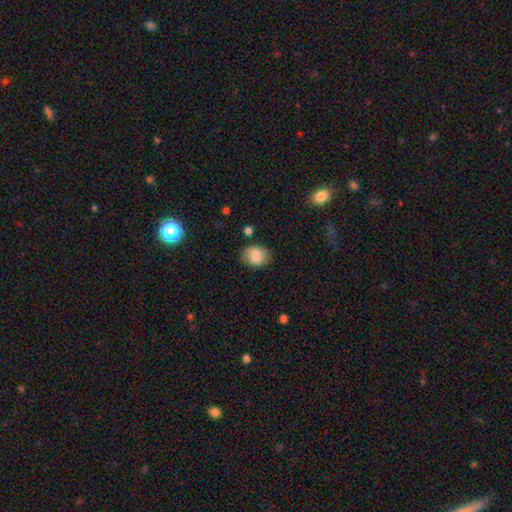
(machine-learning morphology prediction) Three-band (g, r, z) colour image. It shows a smooth galaxy with no disk features (78%) that is in between round and cigar-shaped (57%). Merging: none (73%).